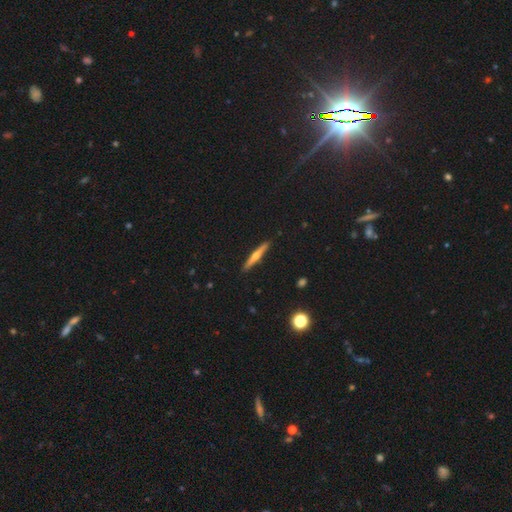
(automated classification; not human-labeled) Overall: featured or disk (64%; smooth 30%). Edge-on disk: yes (97%). Edge-on bulge: rounded (89%). Merging: none (91%).